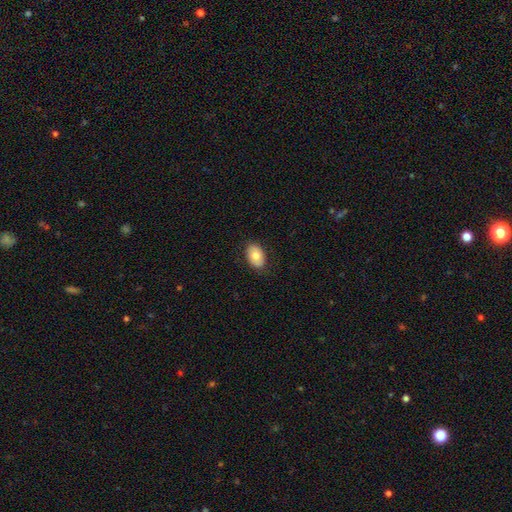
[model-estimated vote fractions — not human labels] smooth 76%, featured or disk 18%, star or artifact 7%. Down the decision tree: how rounded — in between (87%); merging — none (86%).